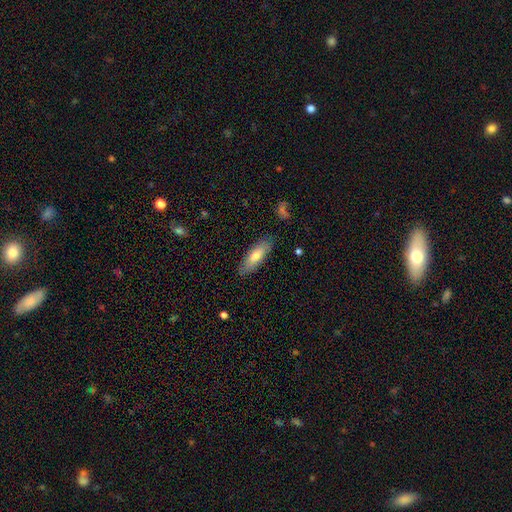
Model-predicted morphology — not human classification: type=smooth (69%); roundness=in between (57%); merging=none (85%).